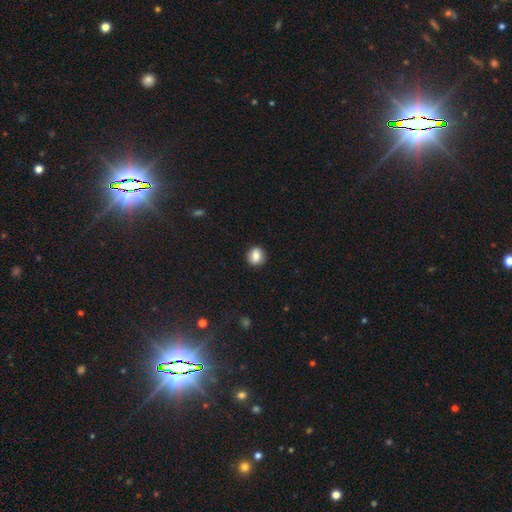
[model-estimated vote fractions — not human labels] A smooth galaxy with no disk features (79%) that is round (77%). Merging: none (88%).